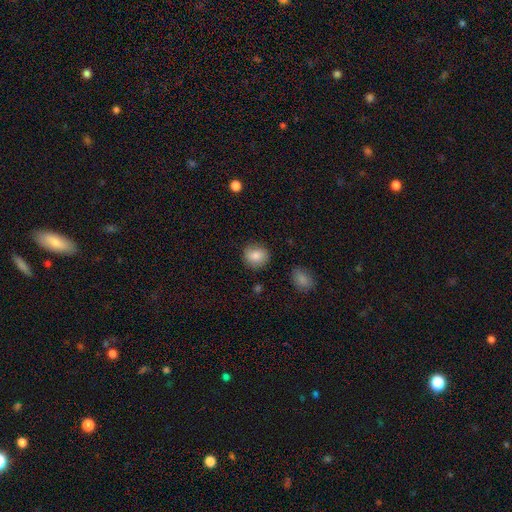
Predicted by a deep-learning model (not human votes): A smooth galaxy with no disk features (85%) that is round (83%).

Vote fractions:
- Smooth or featured? smooth: 85% / star or artifact: 8% / featured or disk: 7%
- How rounded? round: 83% / in between: 16% / cigar-shaped: 1%
- Merging? none: 85% / minor disturbance: 11% / major disturbance: 3% / merger: 2%